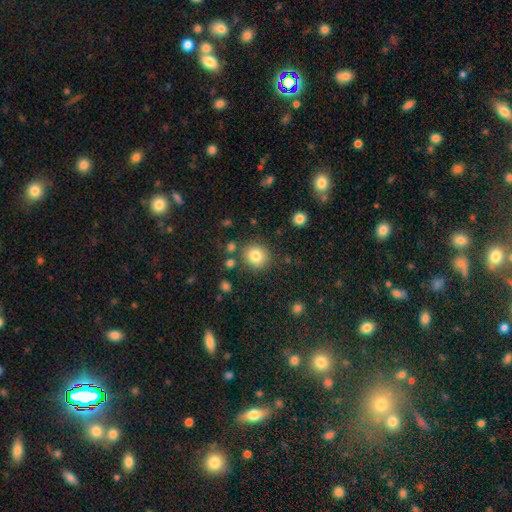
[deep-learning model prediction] Q: Smooth or featured?
A: smooth (81%); runner-up: star or artifact (11%)
Q: How rounded?
A: round (88%); runner-up: in between (11%)
Q: Merging?
A: none (84%); runner-up: minor disturbance (9%)